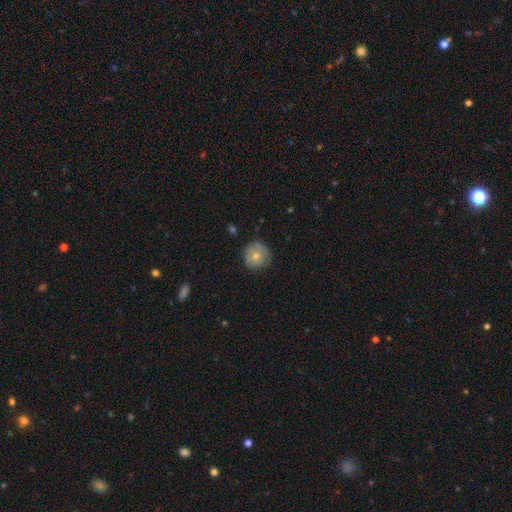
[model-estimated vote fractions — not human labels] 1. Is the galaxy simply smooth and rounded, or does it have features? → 71% smooth, 21% featured or disk, 8% star or artifact.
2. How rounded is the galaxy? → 93% round, 6% in between, 1% cigar-shaped.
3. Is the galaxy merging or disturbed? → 79% none, 17% minor disturbance, 3% major disturbance, 1% merger.